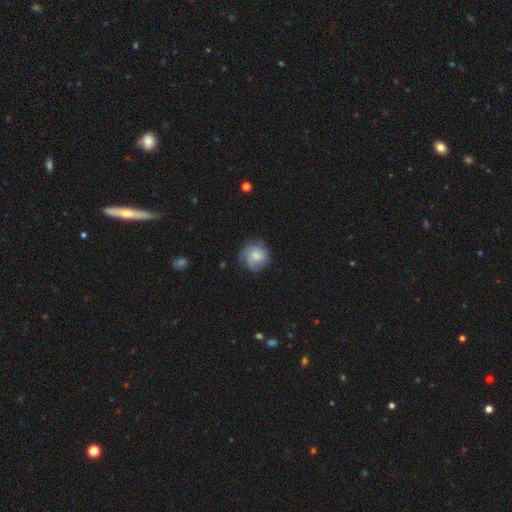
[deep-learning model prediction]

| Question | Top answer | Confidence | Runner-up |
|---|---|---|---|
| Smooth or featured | smooth | 61% | featured or disk (32%) |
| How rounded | round | 87% | in between (12%) |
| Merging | none | 69% | minor disturbance (22%) |